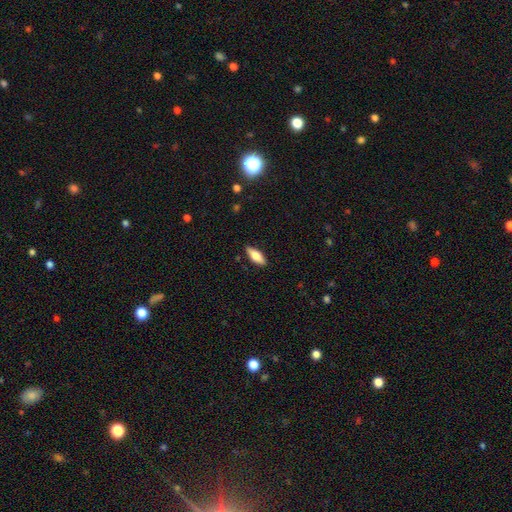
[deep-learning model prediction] This appears to be a smooth galaxy with no disk features (72%) that is in between round and cigar-shaped (69%). Merging: none (87%).